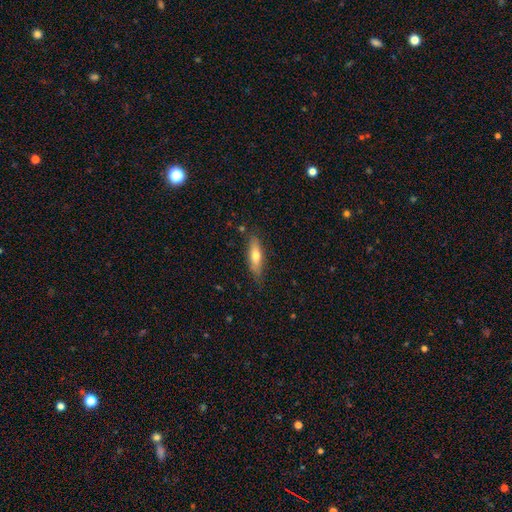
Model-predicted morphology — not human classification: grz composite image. It shows a smooth galaxy with no disk features (62%) that is cigar-shaped (59%). Merging: none (80%).